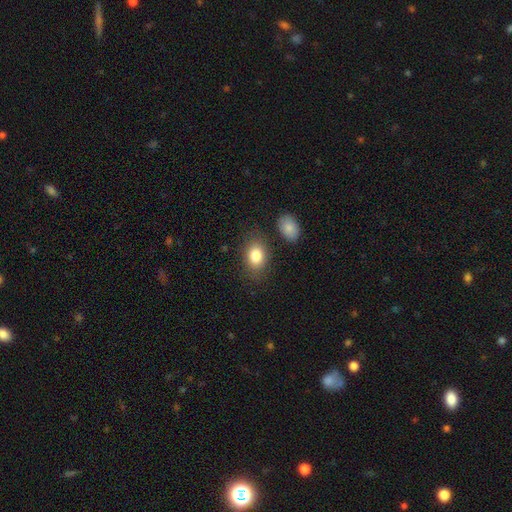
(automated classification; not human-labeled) smooth-or-featured: smooth: 82% | featured or disk: 9% | star or artifact: 8%
  how-rounded: in between: 77% | round: 21% | cigar-shaped: 1%
  merging: none: 77% | minor disturbance: 13% | merger: 5% | major disturbance: 4%